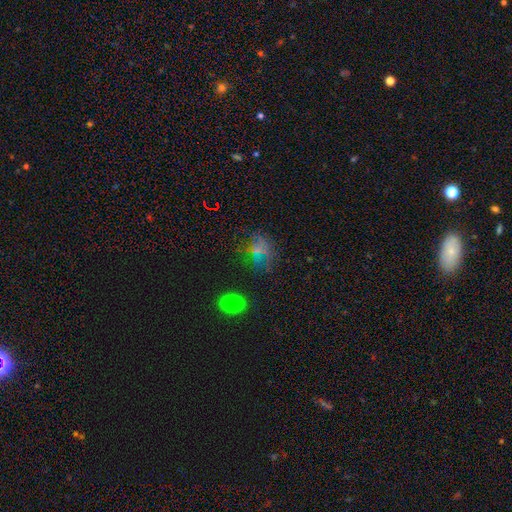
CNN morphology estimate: smooth_or_featured: smooth (p=0.41) [alt: star or artifact p=0.36]
merging: none (p=0.63) [alt: minor disturbance p=0.18]